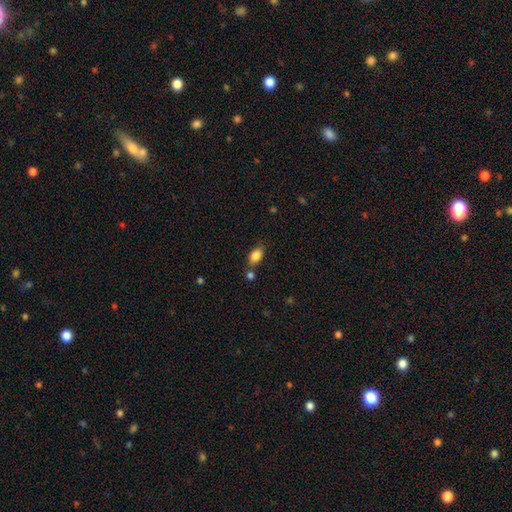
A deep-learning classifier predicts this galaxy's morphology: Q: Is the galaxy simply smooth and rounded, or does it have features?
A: smooth — 85%.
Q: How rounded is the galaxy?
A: in between — 86%.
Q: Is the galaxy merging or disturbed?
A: none — 68%.